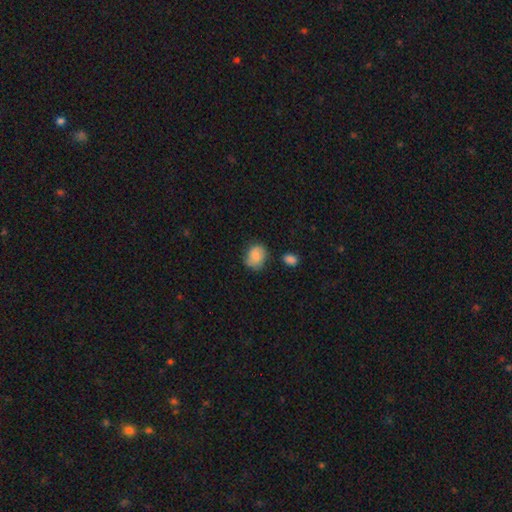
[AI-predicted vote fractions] Q: Smooth or featured?
A: smooth (73%); runner-up: featured or disk (19%)
Q: How rounded?
A: round (56%); runner-up: in between (43%)
Q: Merging?
A: none (63%); runner-up: minor disturbance (25%)